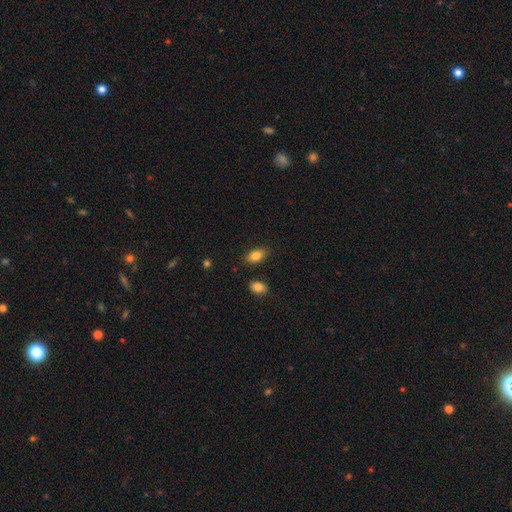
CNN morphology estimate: A smooth galaxy with no disk features (83%) that is in between round and cigar-shaped (89%).

Vote fractions:
- Smooth or featured? smooth: 83% / featured or disk: 9% / star or artifact: 8%
- How rounded? in between: 89% / round: 8% / cigar-shaped: 3%
- Merging? none: 83% / minor disturbance: 11% / merger: 3% / major disturbance: 2%